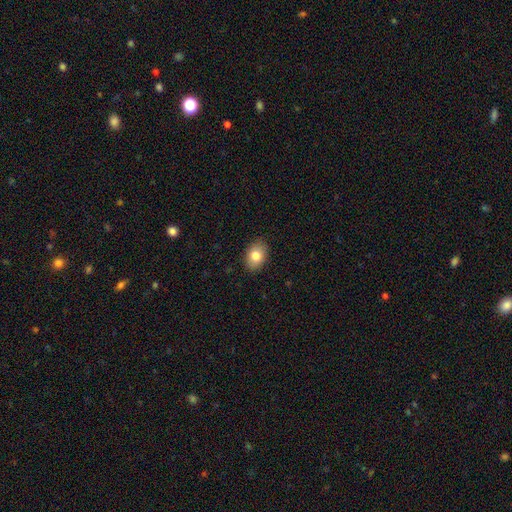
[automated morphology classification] The model was most divided on "how rounded": in between: 80%, round: 19%, cigar-shaped: 1%. More confident: merging — none (88%); smooth or featured — smooth (82%).